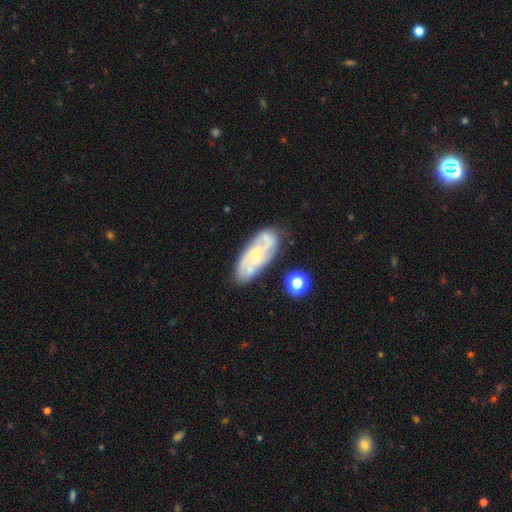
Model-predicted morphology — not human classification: Smooth or featured? featured or disk (76%)
Edge-on disk? no (93%)
Bar? no (63%)
Spiral arms? yes (93%)
Spiral winding? medium (43%, tied with tight)
Spiral arm count? 3 (31%)
Bulge size? small (71%)
Merging? none (73%)